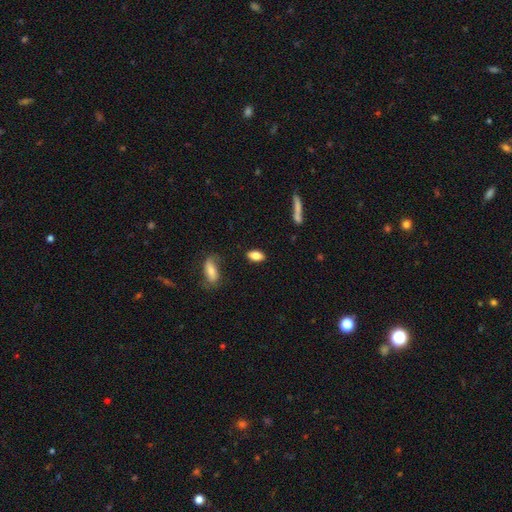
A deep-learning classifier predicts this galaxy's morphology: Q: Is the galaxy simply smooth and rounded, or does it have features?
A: smooth — 82%.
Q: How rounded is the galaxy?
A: in between — 88%.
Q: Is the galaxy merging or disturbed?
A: none — 85%.